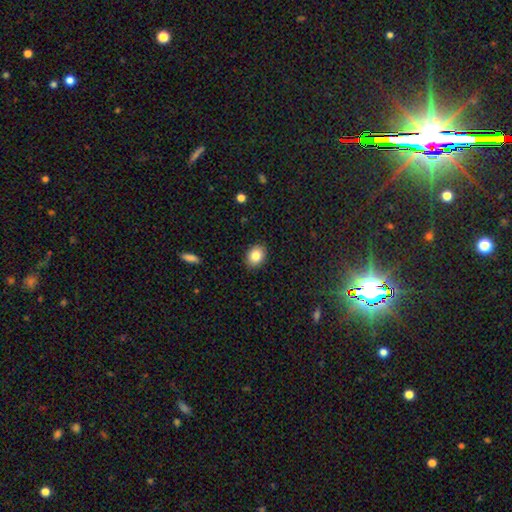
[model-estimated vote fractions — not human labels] smooth-or-featured: smooth: 84% | star or artifact: 9% | featured or disk: 7%
  how-rounded: in between: 60% | round: 39% | cigar-shaped: 1%
  merging: none: 89% | minor disturbance: 8% | major disturbance: 2% | merger: 1%